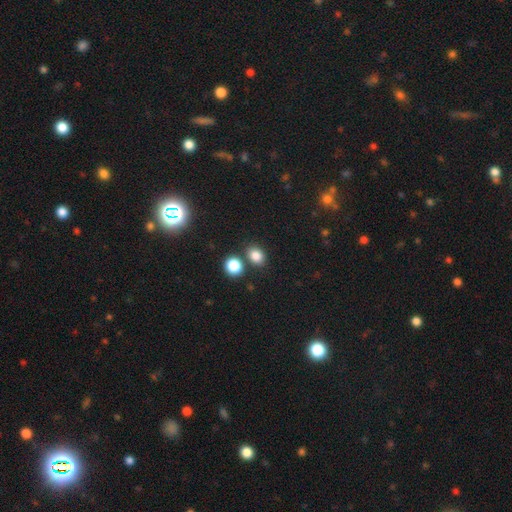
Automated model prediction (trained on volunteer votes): This is clearly a smooth galaxy (84%). How rounded: possibly in between (52%). Merging: likely none (74%).